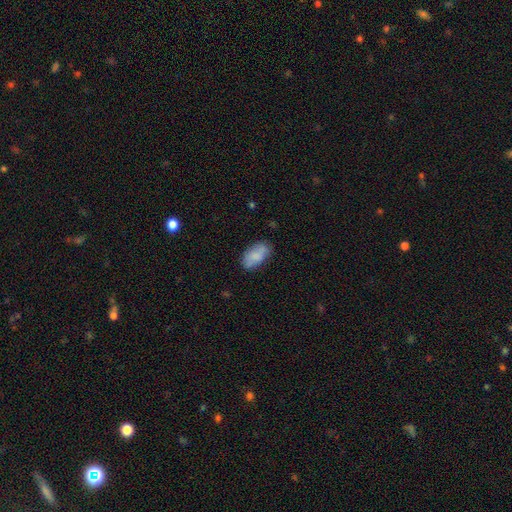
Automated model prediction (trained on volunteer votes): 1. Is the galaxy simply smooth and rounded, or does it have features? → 80% smooth, 13% featured or disk, 7% star or artifact.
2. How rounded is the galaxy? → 94% in between, 3% round, 3% cigar-shaped.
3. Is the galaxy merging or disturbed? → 73% none, 20% minor disturbance, 4% major disturbance, 2% merger.